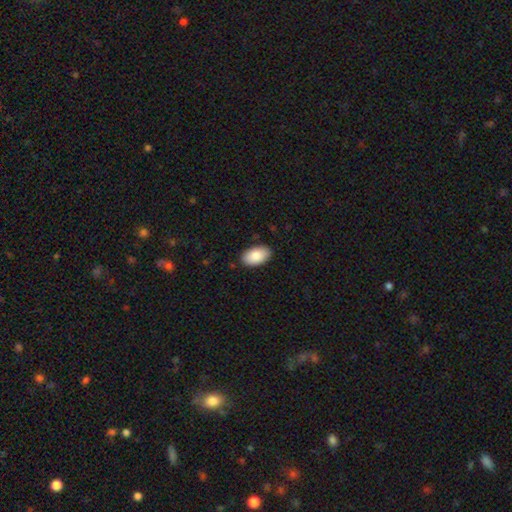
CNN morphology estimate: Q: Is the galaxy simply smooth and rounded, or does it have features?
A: smooth — 86%.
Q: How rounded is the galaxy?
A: in between — 95%.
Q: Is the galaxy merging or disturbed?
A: none — 88%.